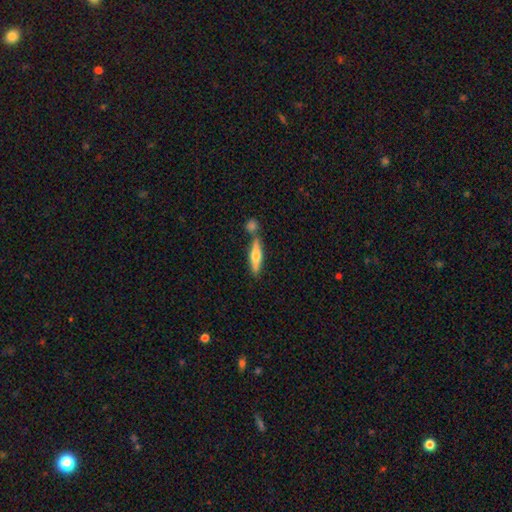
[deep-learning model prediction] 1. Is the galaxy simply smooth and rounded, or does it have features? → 50% smooth, 45% featured or disk, 6% star or artifact.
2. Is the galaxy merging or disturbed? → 67% none, 19% merger, 11% minor disturbance, 3% major disturbance.